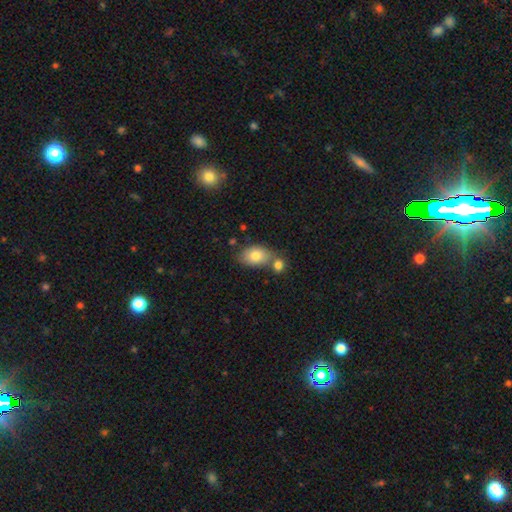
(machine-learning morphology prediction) This is clearly a smooth galaxy (80%). How rounded: clearly in between (87%). Merging: possibly none (53%).